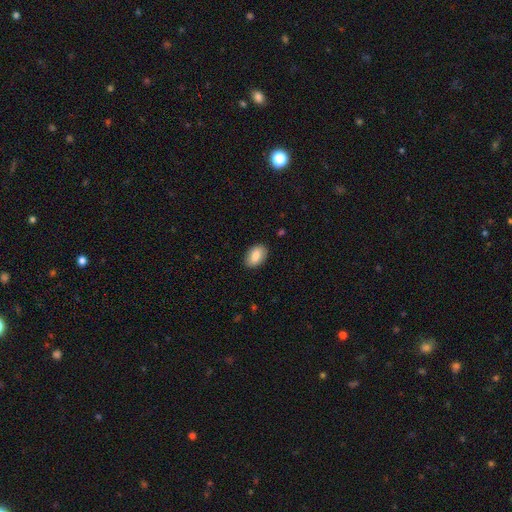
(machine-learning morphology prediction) Smooth or featured? Predicted: smooth (p=0.84). How rounded? Predicted: in between (p=0.91). Merging? Predicted: none (p=0.87).